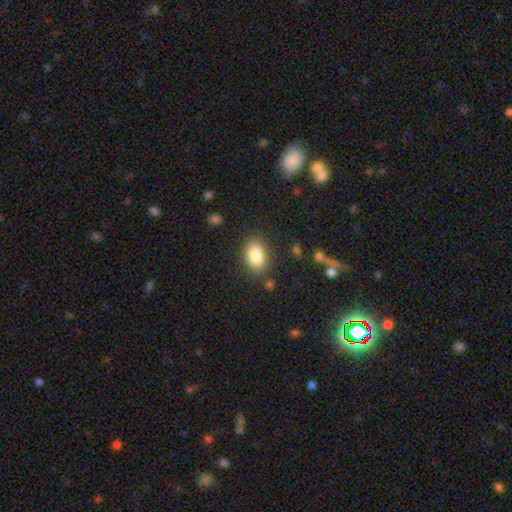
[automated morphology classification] smooth_or_featured: smooth (p=0.85) [alt: star or artifact p=0.08]
how_rounded: in between (p=0.85) [alt: round p=0.13]
merging: none (p=0.83) [alt: minor disturbance p=0.11]